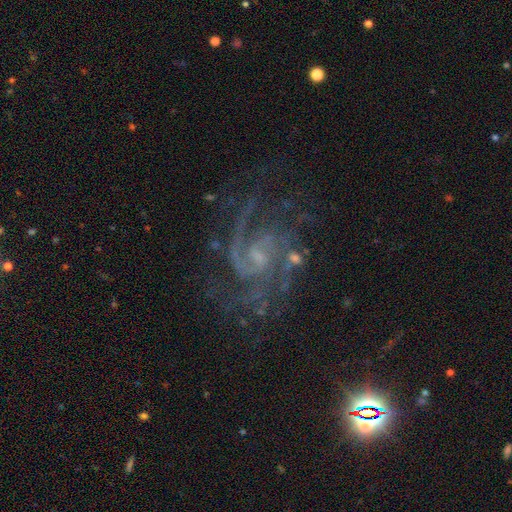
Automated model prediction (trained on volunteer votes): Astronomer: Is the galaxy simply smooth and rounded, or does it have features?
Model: featured or disk — 90%.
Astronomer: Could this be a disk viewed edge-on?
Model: no — 98%.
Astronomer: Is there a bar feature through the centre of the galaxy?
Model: weak — 52% (runner-up: no, 37%).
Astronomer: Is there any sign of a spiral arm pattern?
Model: yes — 98%.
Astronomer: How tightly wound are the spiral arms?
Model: medium — 51% (runner-up: tight, 36%).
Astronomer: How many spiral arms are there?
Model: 2 — 37% (runner-up: 3, 23%).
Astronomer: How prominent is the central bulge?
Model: small — 62%.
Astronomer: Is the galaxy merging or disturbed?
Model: none — 63%.